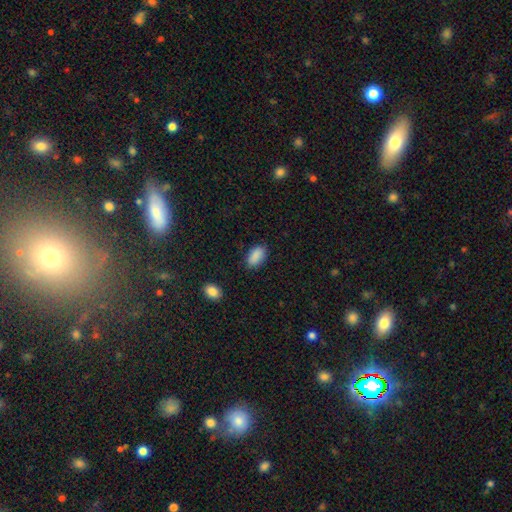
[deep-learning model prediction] Q: Smooth or featured?
A: smooth (89%); runner-up: star or artifact (7%)
Q: How rounded?
A: in between (93%); runner-up: round (5%)
Q: Merging?
A: none (83%); runner-up: minor disturbance (13%)